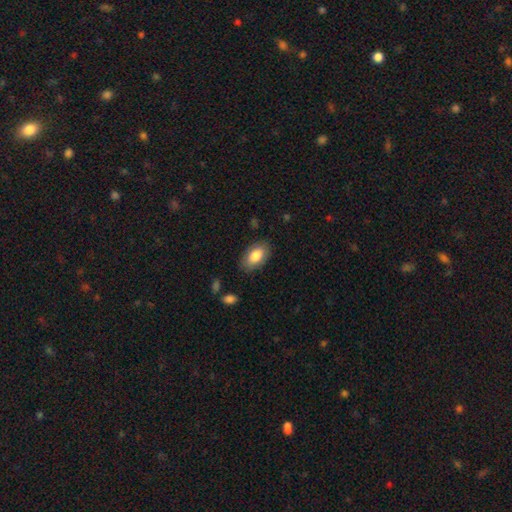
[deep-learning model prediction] A smooth galaxy with no disk features (82%) that is in between round and cigar-shaped (93%).

Vote fractions:
- Smooth or featured? smooth: 82% / featured or disk: 12% / star or artifact: 6%
- How rounded? in between: 93% / round: 5% / cigar-shaped: 2%
- Merging? none: 83% / minor disturbance: 13% / major disturbance: 3% / merger: 1%